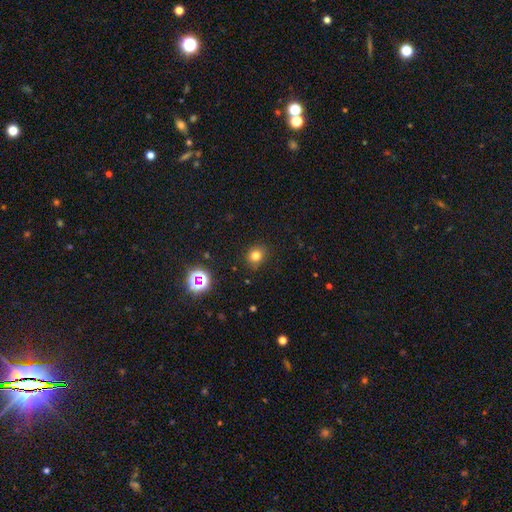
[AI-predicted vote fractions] This appears to be a smooth galaxy with no disk features (76%) that is round (76%). Merging: none (87%).